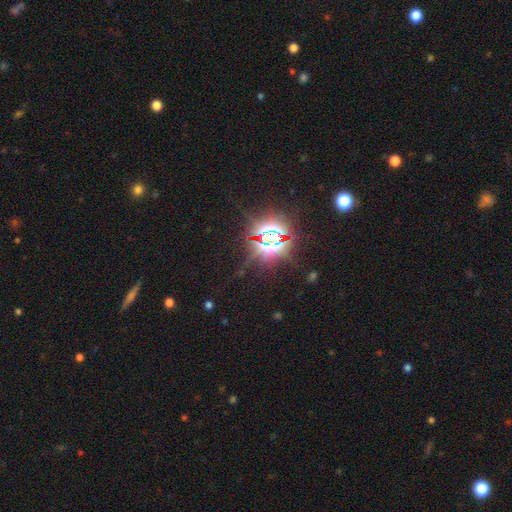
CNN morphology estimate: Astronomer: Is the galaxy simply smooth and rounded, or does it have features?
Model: star or artifact — 83%.